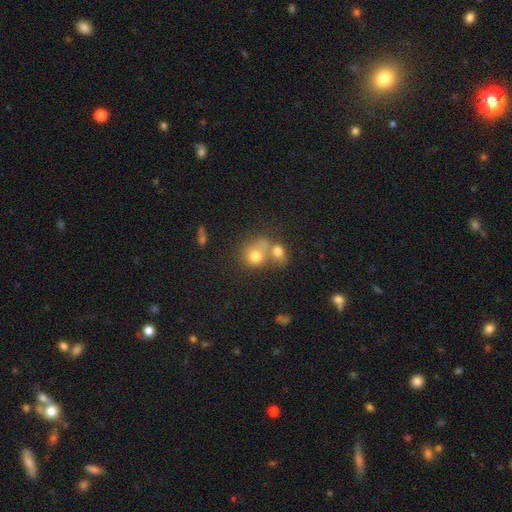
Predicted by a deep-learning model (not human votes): This appears to be a smooth galaxy with no disk features (73%) that is round (69%). Merging: merger (57%).